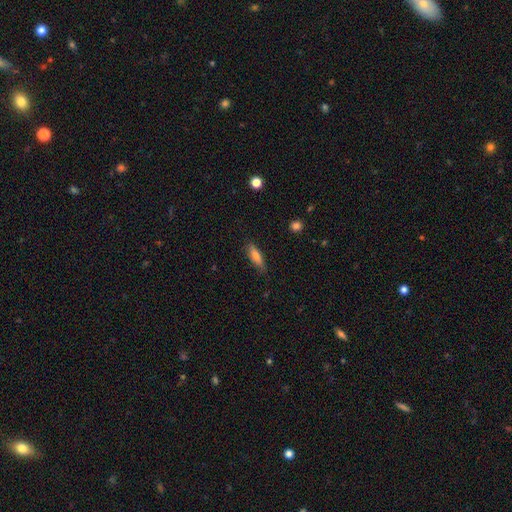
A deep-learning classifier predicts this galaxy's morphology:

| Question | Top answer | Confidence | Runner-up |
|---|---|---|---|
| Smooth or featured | smooth | 73% | featured or disk (20%) |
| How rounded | cigar-shaped | 60% | in between (38%) |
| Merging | none | 82% | minor disturbance (14%) |